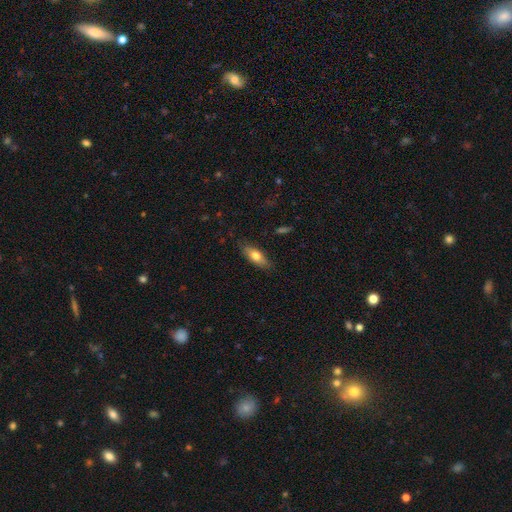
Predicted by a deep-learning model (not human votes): Morphology: type=smooth (73%); roundness=in between (72%); merging=none (82%).